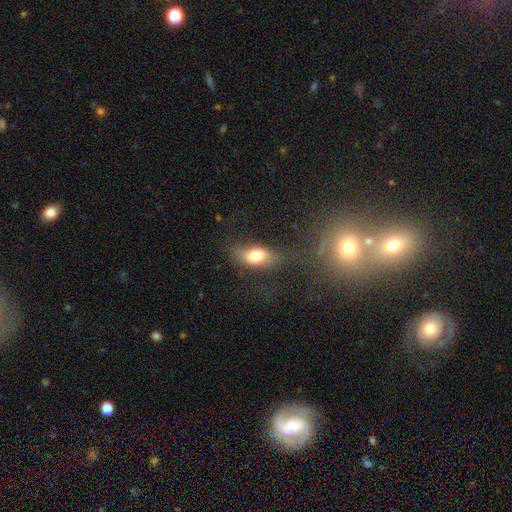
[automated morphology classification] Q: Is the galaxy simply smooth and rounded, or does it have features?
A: smooth — 74%.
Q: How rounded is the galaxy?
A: in between — 84%.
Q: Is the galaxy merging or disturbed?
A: none — 61%.